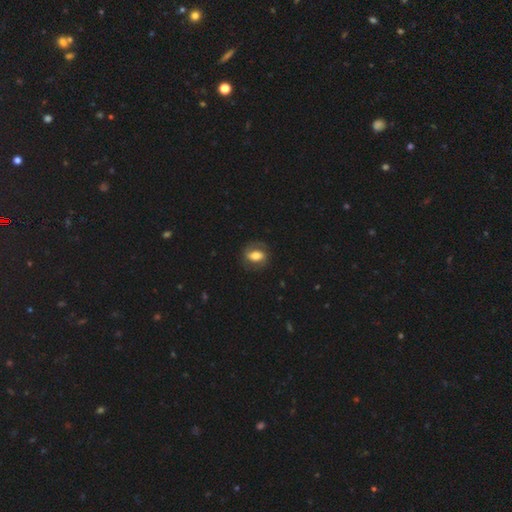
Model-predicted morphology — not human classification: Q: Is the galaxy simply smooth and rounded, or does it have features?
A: featured or disk — 48%.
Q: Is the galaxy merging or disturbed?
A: none — 75%.